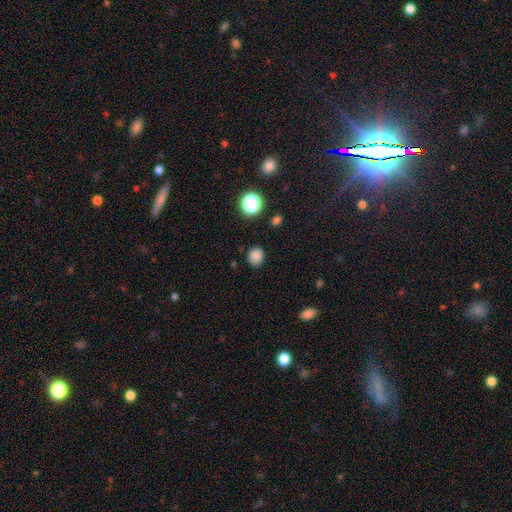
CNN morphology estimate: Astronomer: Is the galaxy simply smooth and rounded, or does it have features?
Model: smooth — 83%.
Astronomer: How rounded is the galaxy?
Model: round — 75%.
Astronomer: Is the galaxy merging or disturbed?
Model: none — 85%.